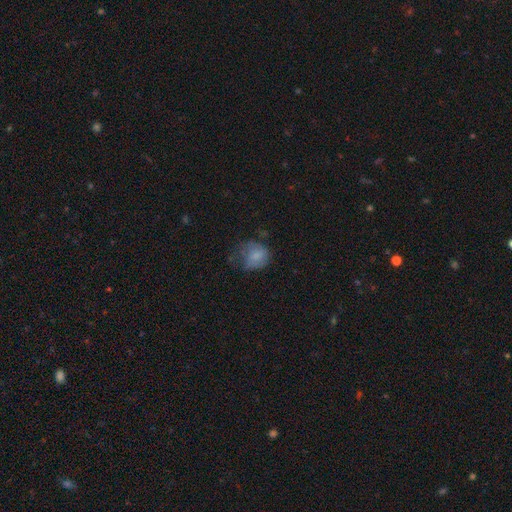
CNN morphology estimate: Smooth or featured? Predicted: smooth (p=0.72). How rounded? Predicted: round (p=0.59). Merging? Predicted: none (p=0.39).